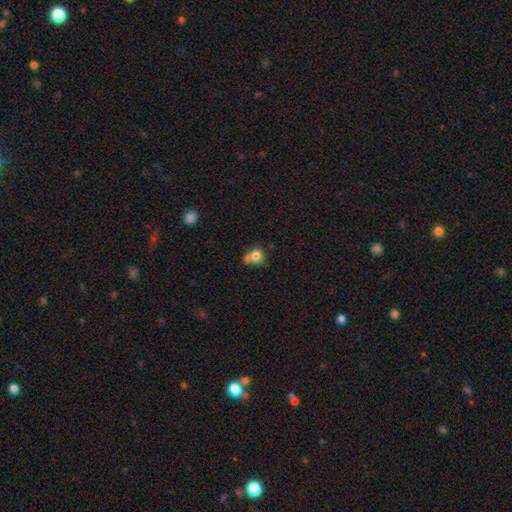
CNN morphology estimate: This appears to be a smooth galaxy with no disk features (78%) that is round (76%). Merging: none (43%).